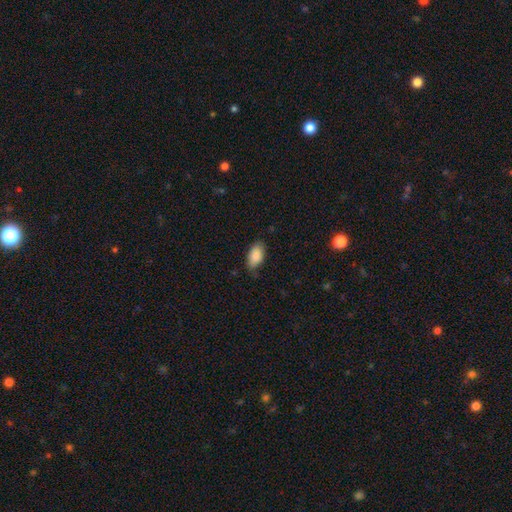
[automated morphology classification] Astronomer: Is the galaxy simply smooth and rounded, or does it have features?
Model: smooth — 88%.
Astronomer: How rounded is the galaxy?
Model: in between — 93%.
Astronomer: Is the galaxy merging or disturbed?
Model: none — 74%.